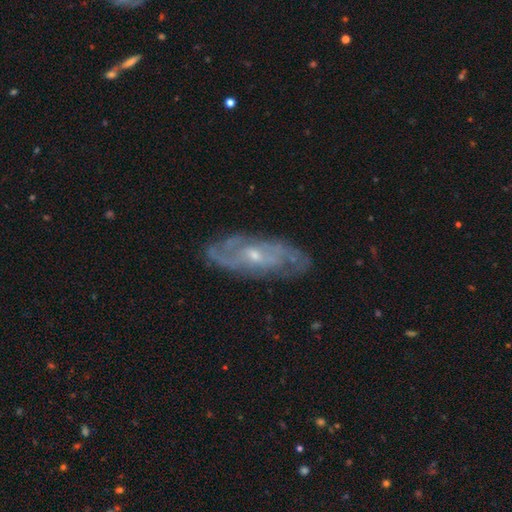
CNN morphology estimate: type=featured or disk (81%); edge-on=no (86%); bar=no (59%); spiral arms=yes (89%); winding=tight (48%); arm count=can't tell (40%); bulge=small (61%); merging=none (79%).